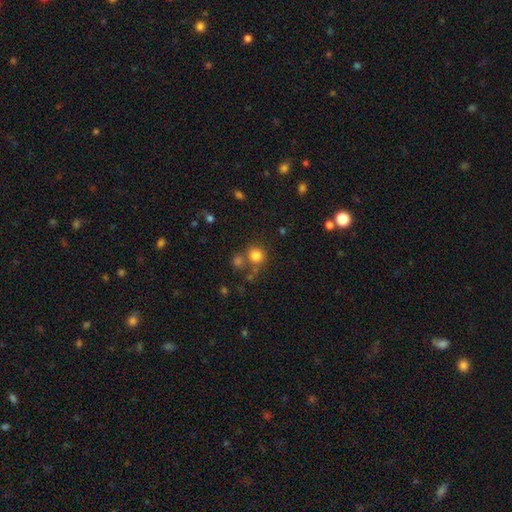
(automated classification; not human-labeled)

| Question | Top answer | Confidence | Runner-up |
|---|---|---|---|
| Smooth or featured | smooth | 79% | star or artifact (13%) |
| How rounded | round | 88% | in between (11%) |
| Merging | none | 62% | merger (22%) |